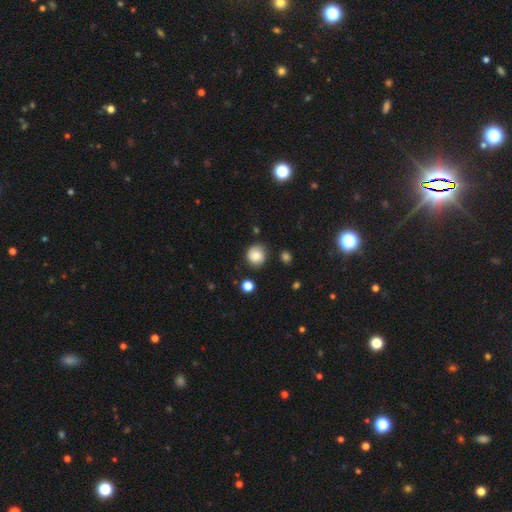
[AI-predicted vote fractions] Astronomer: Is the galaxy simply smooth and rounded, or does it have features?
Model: smooth — 76%.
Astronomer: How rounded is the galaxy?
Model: round — 88%.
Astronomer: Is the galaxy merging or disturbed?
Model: none — 77%.